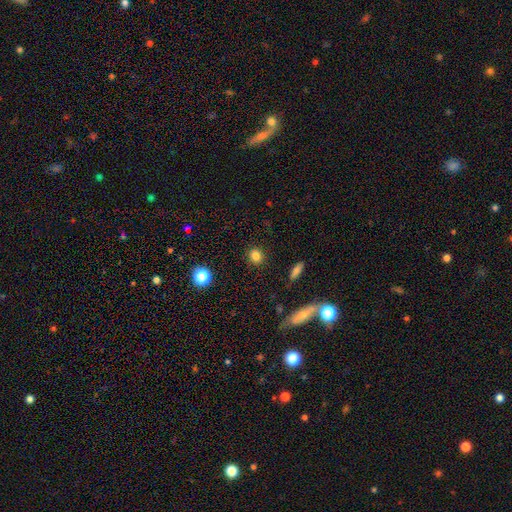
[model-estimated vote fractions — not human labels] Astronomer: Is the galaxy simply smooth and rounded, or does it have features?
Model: smooth — 82%.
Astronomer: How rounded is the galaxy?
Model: round — 80%.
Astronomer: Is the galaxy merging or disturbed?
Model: none — 89%.